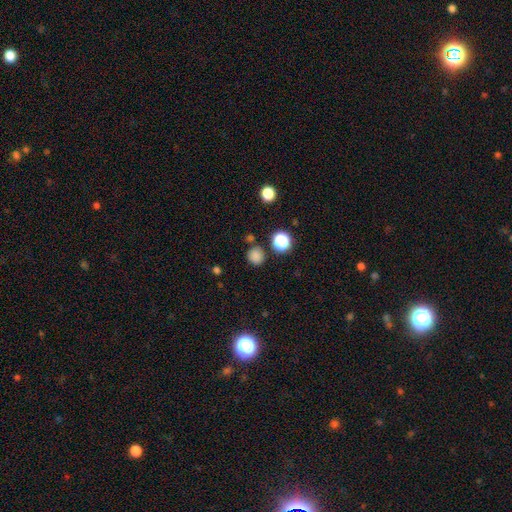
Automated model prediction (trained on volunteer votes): This is clearly a smooth galaxy (80%). How rounded: clearly round (92%). Merging: clearly none (82%).